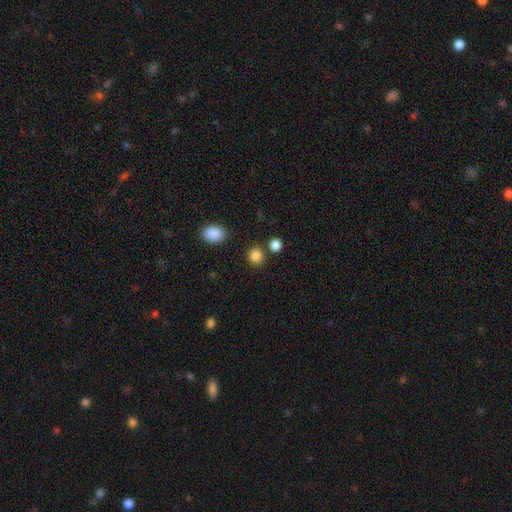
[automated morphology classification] Smooth or featured: smooth — 85% (star or artifact — 12%)
How rounded: round — 87% (in between — 12%)
Merging: none — 82% (merger — 8%)